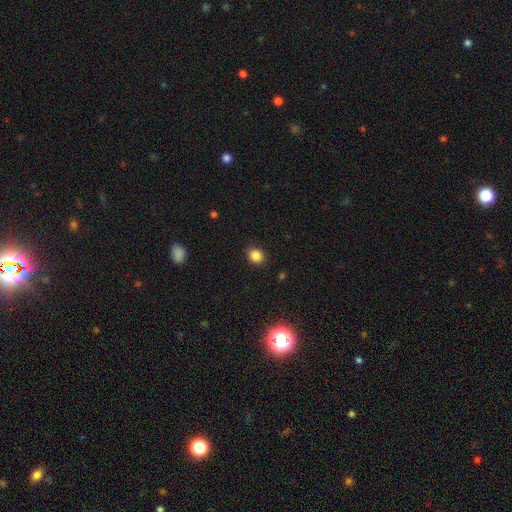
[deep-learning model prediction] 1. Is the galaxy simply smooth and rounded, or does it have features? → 85% smooth, 11% star or artifact, 4% featured or disk.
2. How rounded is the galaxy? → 67% round, 32% in between, 1% cigar-shaped.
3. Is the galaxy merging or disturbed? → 89% none, 8% minor disturbance, 2% major disturbance, 1% merger.